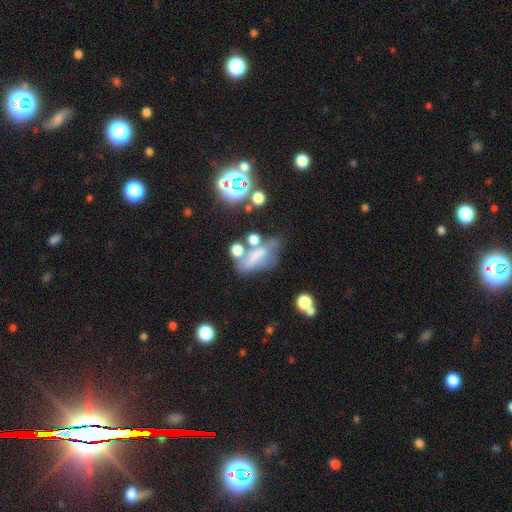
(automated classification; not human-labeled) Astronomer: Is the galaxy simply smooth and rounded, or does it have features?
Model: smooth — 49% (runner-up: featured or disk, 32%).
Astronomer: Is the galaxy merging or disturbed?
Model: none — 30% (runner-up: merger, 28%).